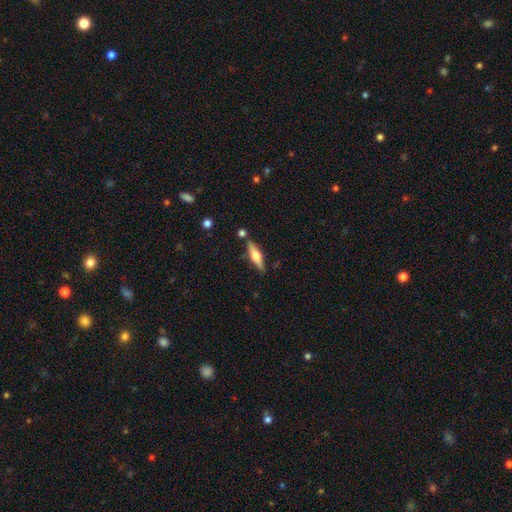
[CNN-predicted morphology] Overall: featured or disk (50%; smooth 44%). Edge-on disk: yes (93%). Merging: none (81%).